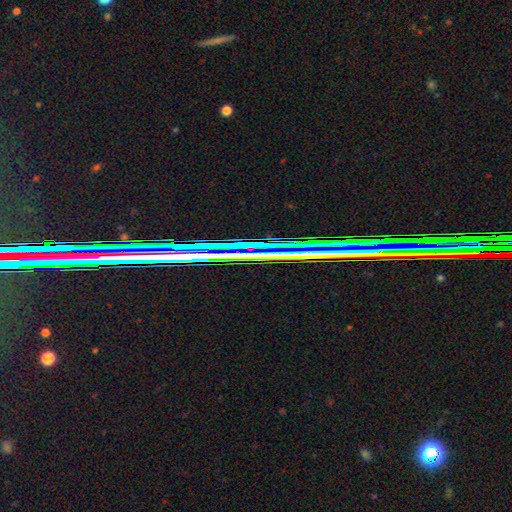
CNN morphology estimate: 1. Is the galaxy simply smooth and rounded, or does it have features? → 78% star or artifact, 14% featured or disk, 8% smooth.